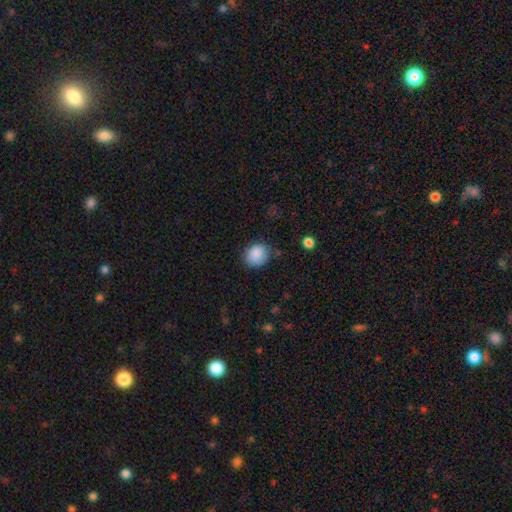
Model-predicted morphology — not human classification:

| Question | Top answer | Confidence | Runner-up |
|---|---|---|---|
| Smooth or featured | smooth | 88% | star or artifact (8%) |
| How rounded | round | 66% | in between (33%) |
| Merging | none | 76% | minor disturbance (18%) |